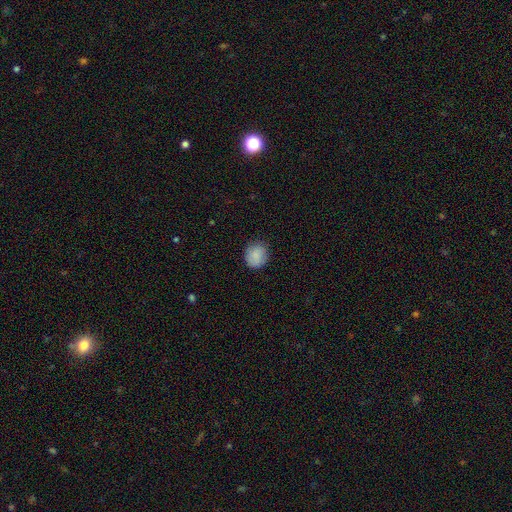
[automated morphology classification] A smooth galaxy with no disk features (87%) that is round (73%). Merging: none (82%).